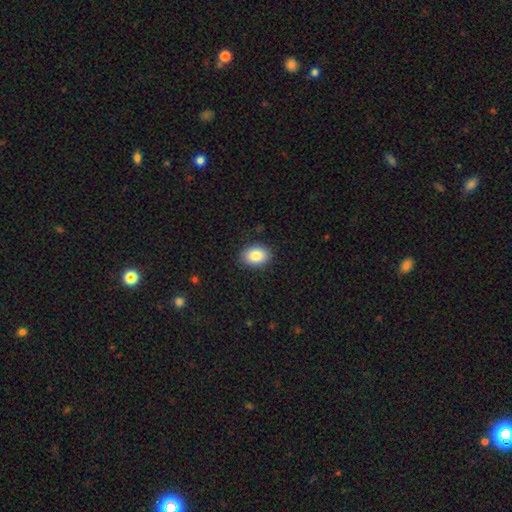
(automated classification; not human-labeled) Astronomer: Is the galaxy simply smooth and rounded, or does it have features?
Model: smooth — 85%.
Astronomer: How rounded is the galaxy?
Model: in between — 73%.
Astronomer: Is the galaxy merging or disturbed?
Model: none — 89%.